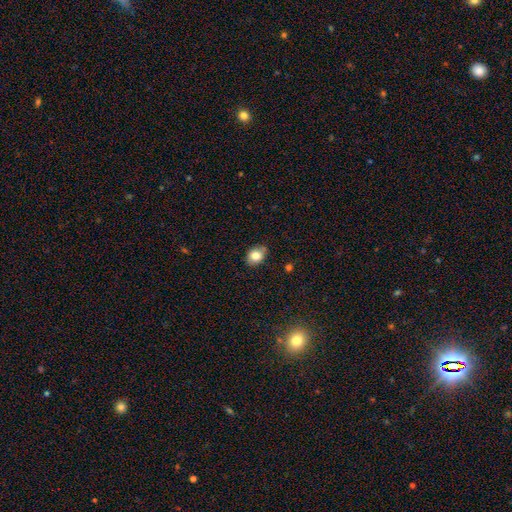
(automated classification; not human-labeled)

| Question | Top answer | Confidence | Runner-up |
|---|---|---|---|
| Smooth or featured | smooth | 81% | star or artifact (10%) |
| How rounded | in between | 62% | round (37%) |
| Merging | none | 79% | minor disturbance (16%) |